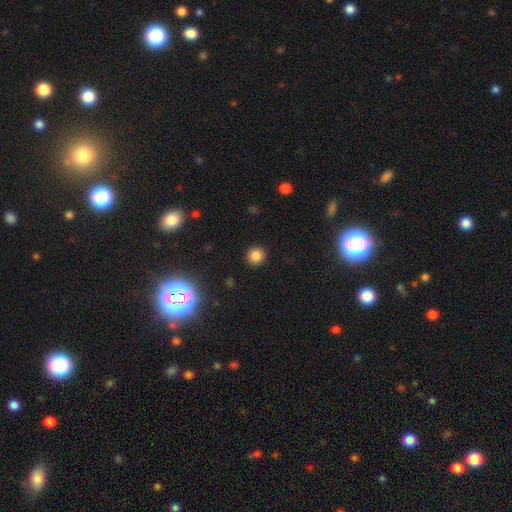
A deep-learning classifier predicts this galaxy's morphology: Smooth or featured: smooth — 83% (star or artifact — 13%)
How rounded: round — 93% (in between — 6%)
Merging: none — 92% (minor disturbance — 5%)